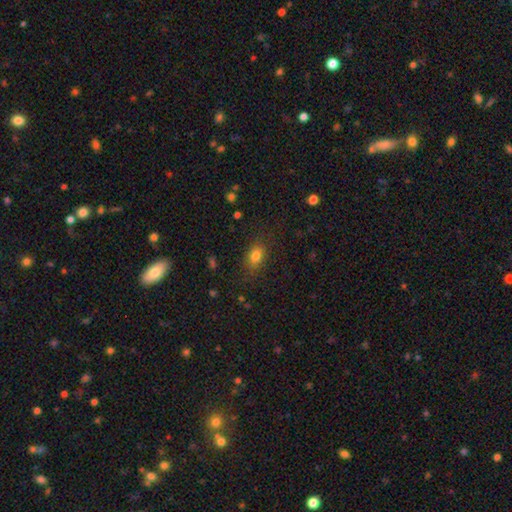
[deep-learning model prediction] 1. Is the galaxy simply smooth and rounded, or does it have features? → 80% smooth, 12% star or artifact, 8% featured or disk.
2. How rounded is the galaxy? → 76% in between, 22% round, 2% cigar-shaped.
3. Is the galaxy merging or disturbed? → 80% none, 14% minor disturbance, 5% major disturbance, 1% merger.